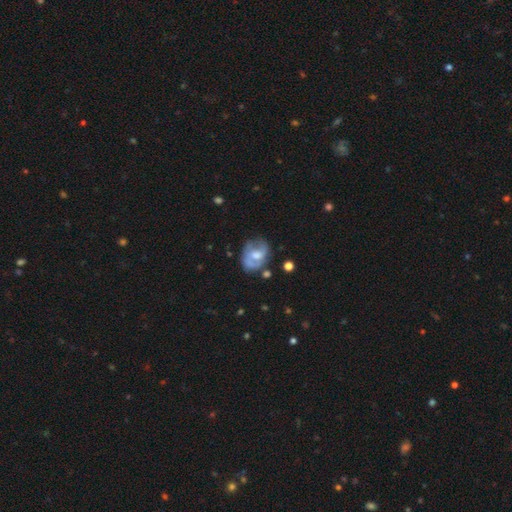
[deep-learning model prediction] smooth_or_featured: featured or disk (p=0.55) [alt: smooth p=0.38]
disk_edge_on: no (p=0.96) [alt: yes p=0.04]
bar: no (p=0.56) [alt: weak p=0.35]
has_spiral_arms: yes (p=0.55) [alt: no p=0.45]
bulge_size: moderate (p=0.55) [alt: small p=0.19]
merging: none (p=0.54) [alt: minor disturbance p=0.26]